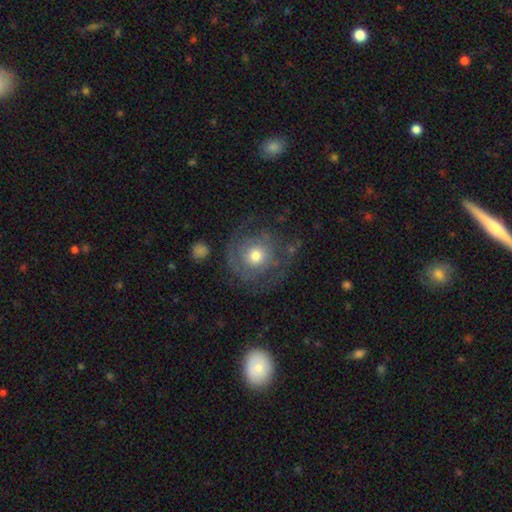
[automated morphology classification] Q: Smooth or featured?
A: featured or disk (47%); runner-up: smooth (44%)
Q: Merging?
A: none (62%); runner-up: major disturbance (19%)